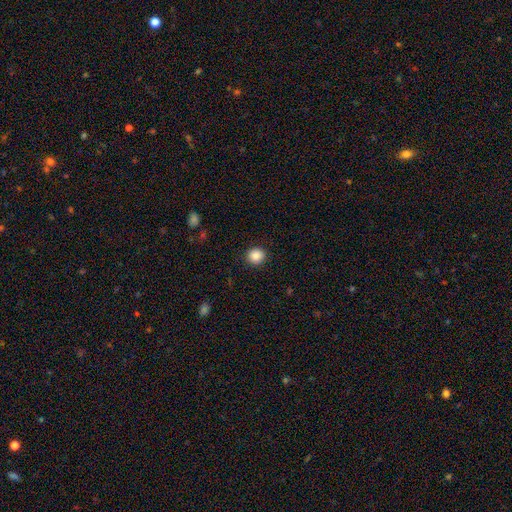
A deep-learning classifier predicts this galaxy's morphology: Overall: smooth (87%). How rounded: round (88%). Merging: none (91%).